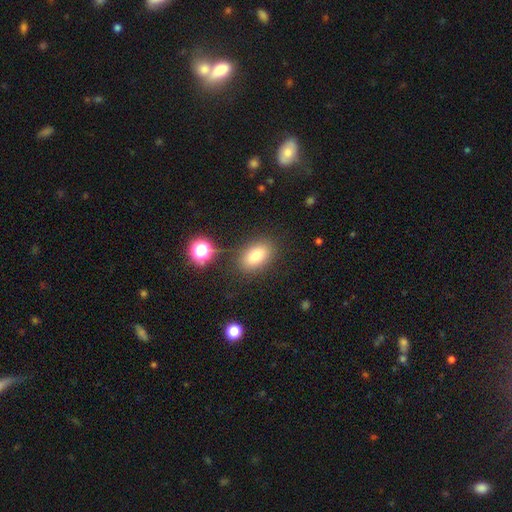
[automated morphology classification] smooth-or-featured: smooth: 78% | star or artifact: 11% | featured or disk: 10%
  how-rounded: in between: 85% | round: 13% | cigar-shaped: 2%
  merging: none: 83% | minor disturbance: 10% | major disturbance: 4% | merger: 3%